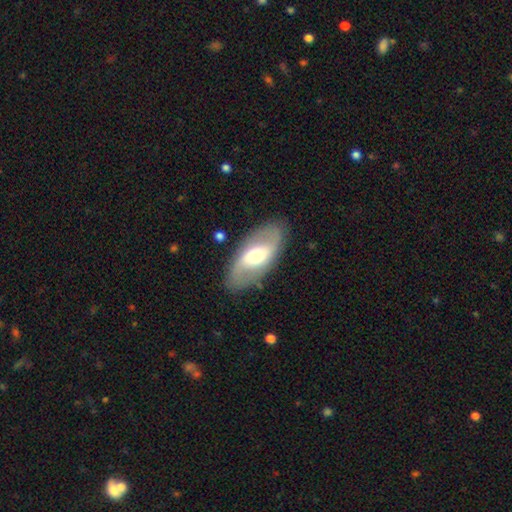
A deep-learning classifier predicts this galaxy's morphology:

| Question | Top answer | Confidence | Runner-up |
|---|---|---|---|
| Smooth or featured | featured or disk | 66% | smooth (28%) |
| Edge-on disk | no | 91% | yes (9%) |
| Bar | weak | 43% | no (34%) |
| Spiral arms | yes | 78% | no (22%) |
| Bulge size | moderate | 62% | small (19%) |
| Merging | none | 85% | minor disturbance (10%) |